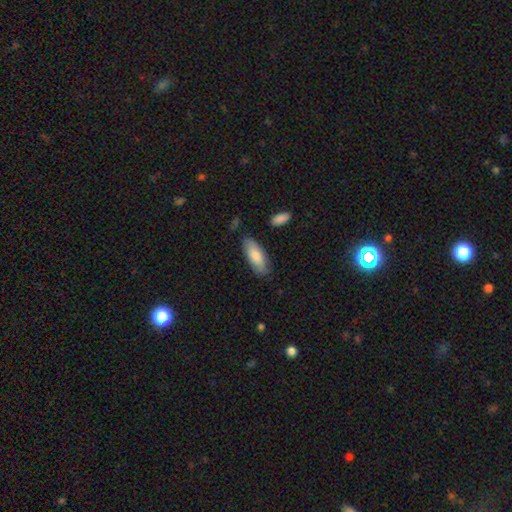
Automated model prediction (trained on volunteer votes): Smooth or featured?
  - smooth: 83% *
  - featured or disk: 12%
  - star or artifact: 5%
How rounded?
  - in between: 77% *
  - cigar-shaped: 21%
  - round: 2%
Merging?
  - none: 80% *
  - minor disturbance: 15%
  - major disturbance: 3%
  - merger: 2%